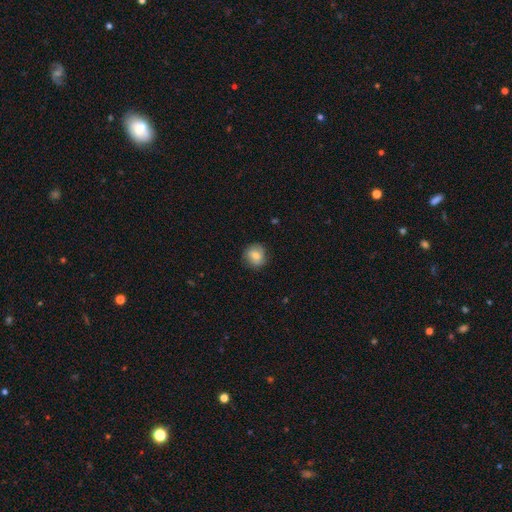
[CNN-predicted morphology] smooth-or-featured: smooth: 72% | featured or disk: 19% | star or artifact: 9%
  how-rounded: round: 84% | in between: 15% | cigar-shaped: 1%
  merging: none: 83% | minor disturbance: 13% | major disturbance: 3% | merger: 1%